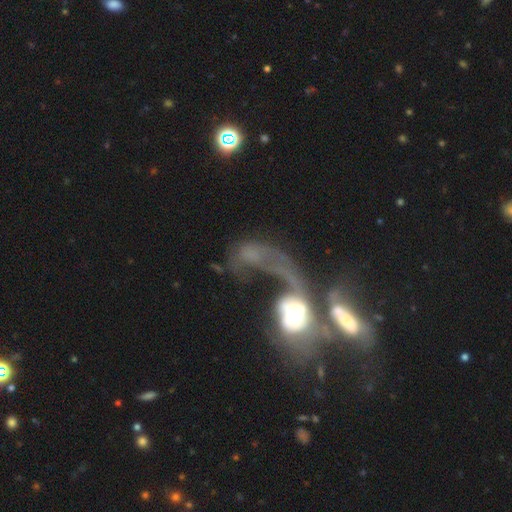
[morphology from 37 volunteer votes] Volunteers were most divided on "bulge size": moderate: 39%, large: 28%, small: 22%, none: 11%, dominant: 0%. More confident: edge-on disk — no (90%); spiral winding — loose (90%); spiral arm count — 1 (90%); bar — no (89%); merging — merger (74%); spiral arms — yes (56%); smooth or featured — featured or disk (54%).